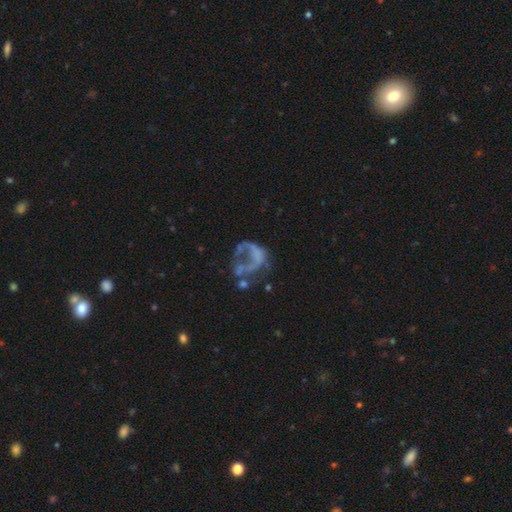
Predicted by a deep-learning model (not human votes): smooth_or_featured: featured or disk (p=0.58) [alt: smooth p=0.26]
disk_edge_on: no (p=0.98) [alt: yes p=0.02]
bar: no (p=0.89) [alt: weak p=0.08]
has_spiral_arms: no (p=0.81) [alt: yes p=0.19]
bulge_size: none (p=0.82) [alt: small p=0.08]
merging: major disturbance (p=0.46) [alt: none p=0.27]